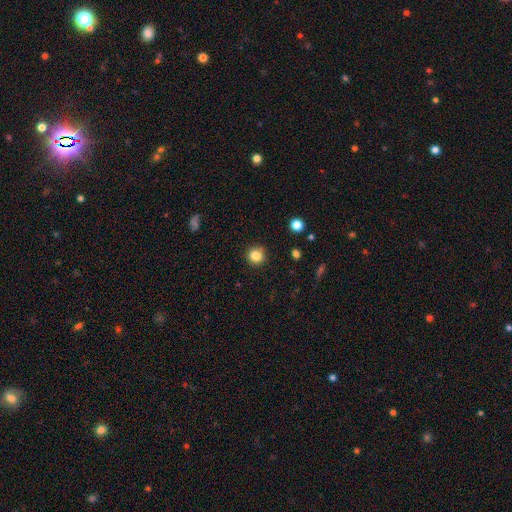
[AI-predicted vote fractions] A smooth galaxy with no disk features (84%) that is round (92%). Merging: none (90%).